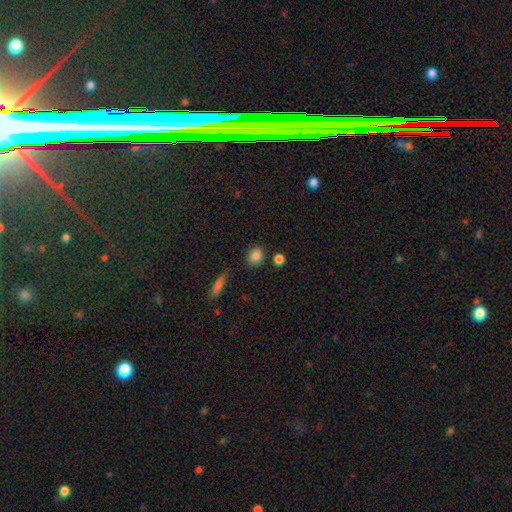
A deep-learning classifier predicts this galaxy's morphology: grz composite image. It shows a smooth galaxy with no disk features (85%) that is round (65%). Merging: none (80%).